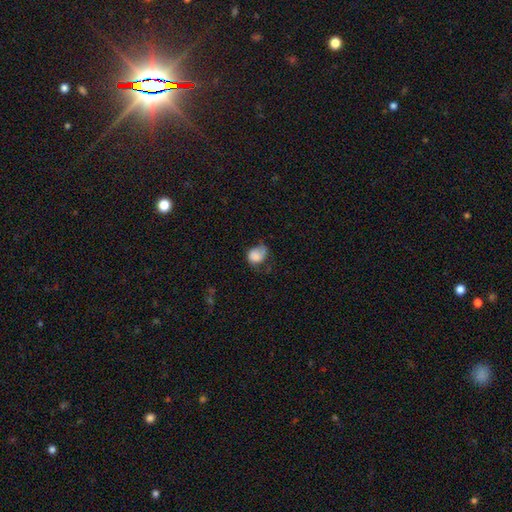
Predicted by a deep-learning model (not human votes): Q: Smooth or featured?
A: smooth (76%); runner-up: featured or disk (16%)
Q: How rounded?
A: in between (50%); runner-up: round (49%)
Q: Merging?
A: minor disturbance (37%); runner-up: none (31%)